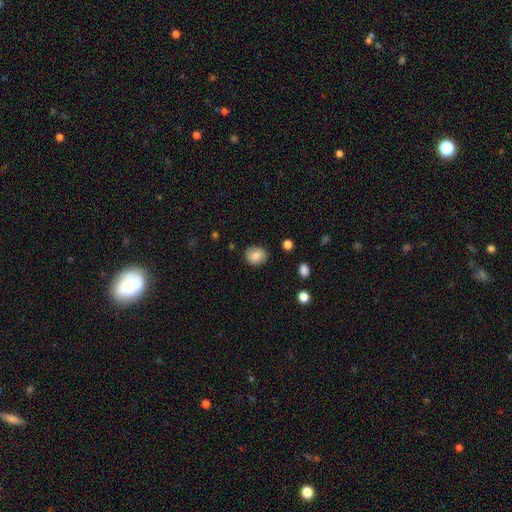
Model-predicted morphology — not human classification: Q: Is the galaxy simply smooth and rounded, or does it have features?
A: smooth — 84%.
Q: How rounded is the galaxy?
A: round — 78%.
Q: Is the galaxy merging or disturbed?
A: none — 85%.